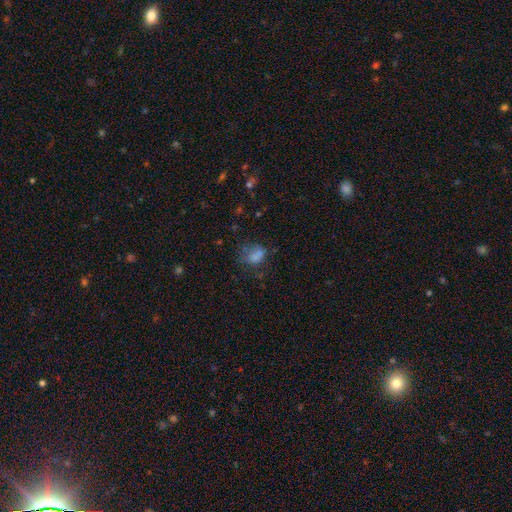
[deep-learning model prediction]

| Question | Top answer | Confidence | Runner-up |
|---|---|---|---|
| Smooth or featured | smooth | 72% | star or artifact (15%) |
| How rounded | in between | 68% | round (30%) |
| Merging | none | 43% | minor disturbance (27%) |